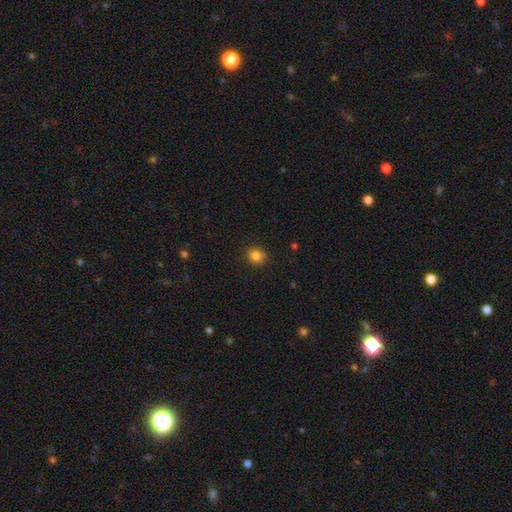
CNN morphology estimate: Smooth or featured? smooth (84%)
How rounded? round (87%)
Merging? none (89%)